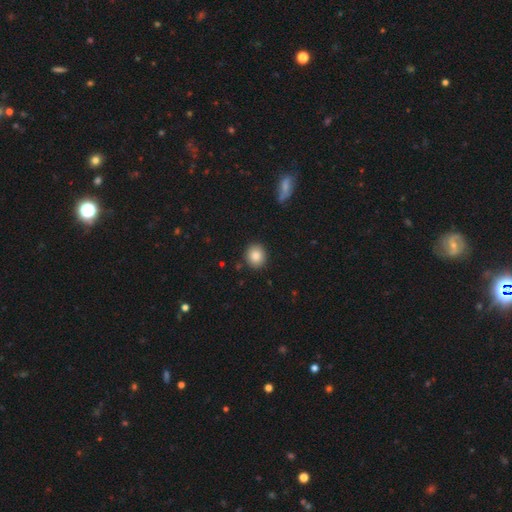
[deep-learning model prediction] Morphology: type=smooth (86%); roundness=round (79%); merging=none (89%).